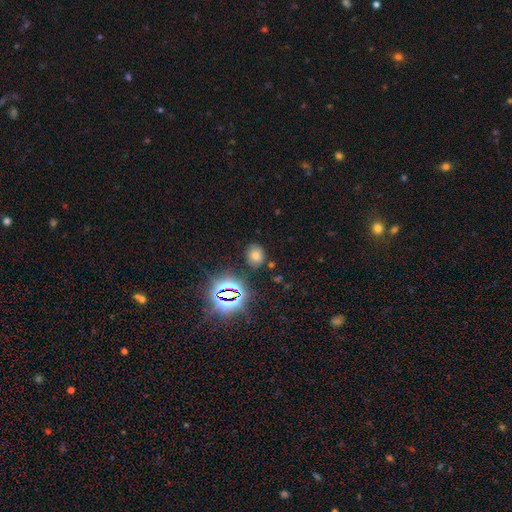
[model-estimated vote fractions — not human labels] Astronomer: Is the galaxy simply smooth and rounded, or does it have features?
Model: smooth — 62%.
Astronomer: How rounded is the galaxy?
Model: round — 56% (runner-up: in between, 42%).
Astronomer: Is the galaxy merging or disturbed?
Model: none — 81%.